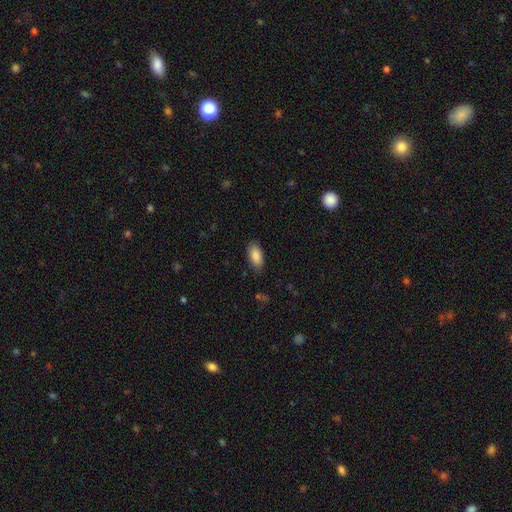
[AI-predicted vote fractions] A smooth galaxy with no disk features (89%) that is in between round and cigar-shaped (91%).

Vote fractions:
- Smooth or featured? smooth: 89% / star or artifact: 7% / featured or disk: 5%
- How rounded? in between: 91% / cigar-shaped: 7% / round: 2%
- Merging? none: 85% / minor disturbance: 11% / major disturbance: 3% / merger: 1%